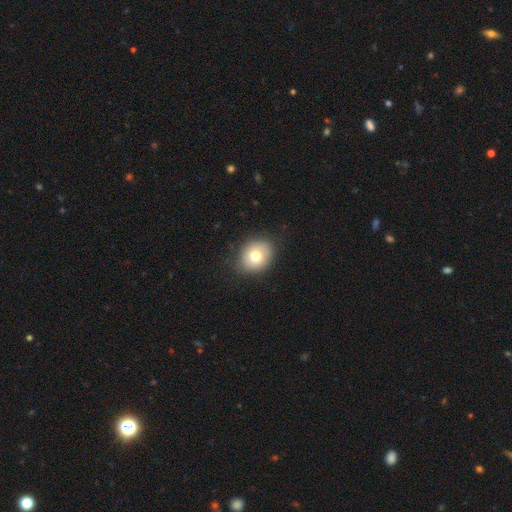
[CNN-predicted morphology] The model was most divided on "how rounded": round: 59%, in between: 40%, cigar-shaped: 1%. More confident: merging — none (84%); smooth or featured — smooth (75%).